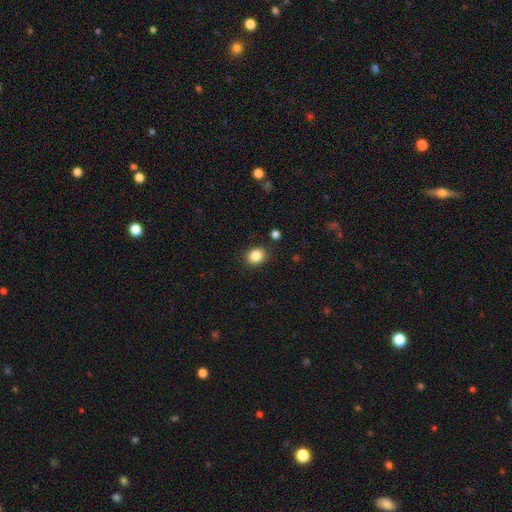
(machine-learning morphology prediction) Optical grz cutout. It shows a smooth galaxy with no disk features (85%) that is round (67%). Merging: none (87%).